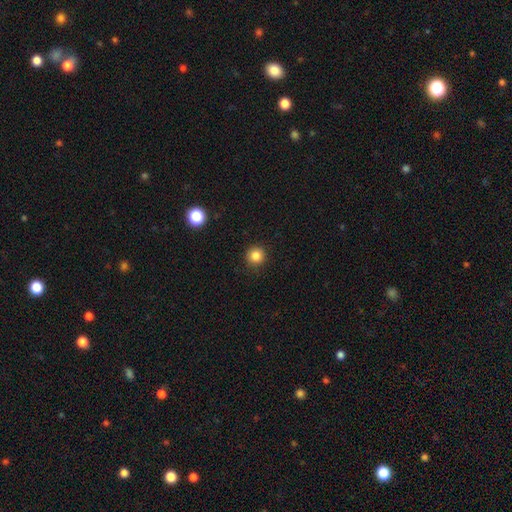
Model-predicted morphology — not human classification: smooth_or_featured: smooth (p=0.84) [alt: star or artifact p=0.12]
how_rounded: round (p=0.94) [alt: in between p=0.05]
merging: none (p=0.91) [alt: minor disturbance p=0.06]